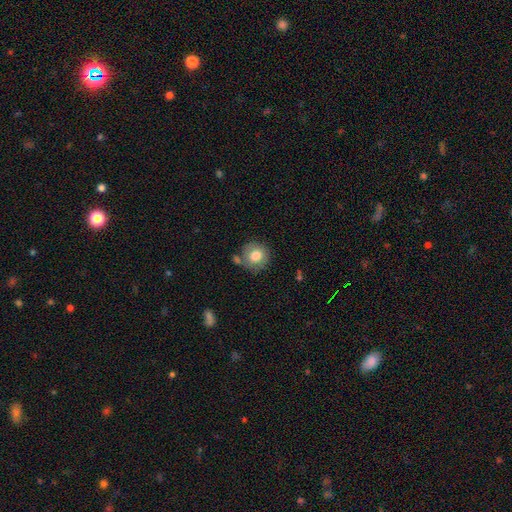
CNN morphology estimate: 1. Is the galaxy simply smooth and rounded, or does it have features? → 79% smooth, 13% featured or disk, 9% star or artifact.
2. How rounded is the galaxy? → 90% round, 9% in between, 1% cigar-shaped.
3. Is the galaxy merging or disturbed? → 72% none, 14% minor disturbance, 10% merger, 4% major disturbance.